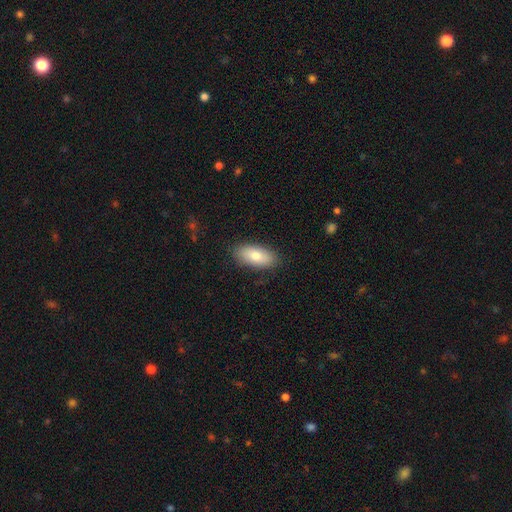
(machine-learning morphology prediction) A smooth galaxy with no disk features (79%) that is in between round and cigar-shaped (90%). Merging: none (87%).